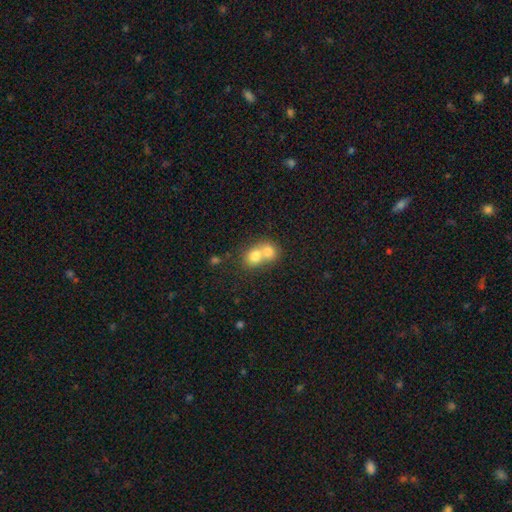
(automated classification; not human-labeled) Smooth or featured: smooth — 74% (featured or disk — 17%)
How rounded: round — 65% (in between — 34%)
Merging: merger — 72% (none — 22%)